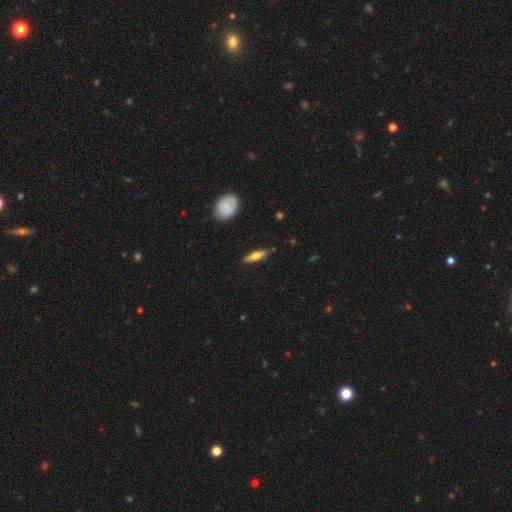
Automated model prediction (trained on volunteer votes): Smooth or featured? smooth (53%)
How rounded? cigar-shaped (65%)
Merging? none (83%)